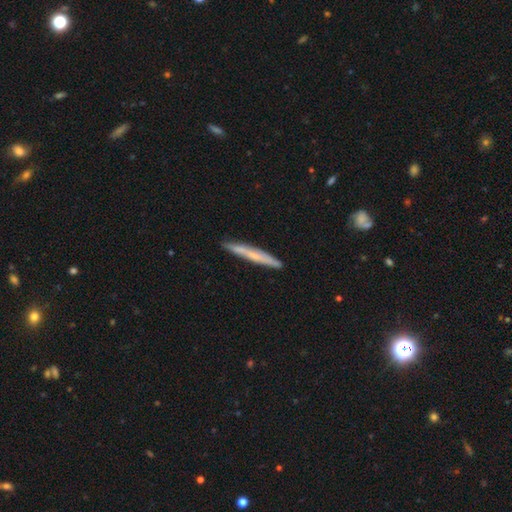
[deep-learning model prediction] A smooth galaxy with no disk features (52%) that is cigar-shaped (96%). Merging: none (87%).